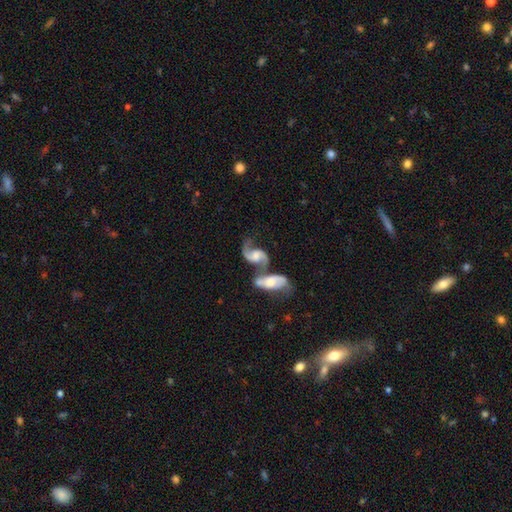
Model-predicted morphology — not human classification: smooth-or-featured: featured or disk: 85% | smooth: 10% | star or artifact: 5%
  disk-edge-on: no: 96% | yes: 4%
    bar: no: 47% | weak: 41% | strong: 12%
    has-spiral-arms: yes: 96% | no: 4%
      spiral-winding: loose: 54% | medium: 38% | tight: 8%
      spiral-arm-count: 2: 90% | 1: 4% | can't tell: 3% | 3: 1% | 4: 1% | more than 4: 1%
    bulge-size: moderate: 44% | small: 28% | none: 14% | large: 13% | dominant: 2%
  merging: merger: 63% | none: 22% | minor disturbance: 9% | major disturbance: 6%